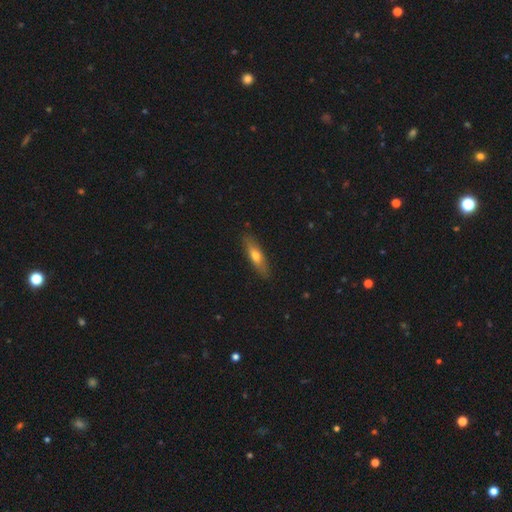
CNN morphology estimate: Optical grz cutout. It shows a smooth galaxy with no disk features (59%) that is cigar-shaped (58%). Merging: none (86%).